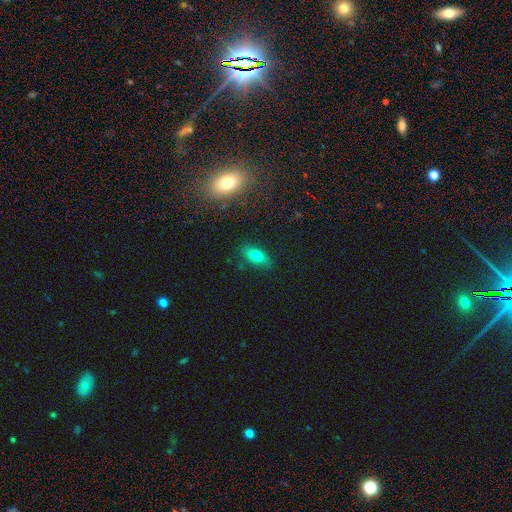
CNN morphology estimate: Smooth or featured?
  - smooth: 76% *
  - star or artifact: 12%
  - featured or disk: 11%
How rounded?
  - in between: 84% *
  - cigar-shaped: 9%
  - round: 7%
Merging?
  - none: 82% *
  - minor disturbance: 13%
  - major disturbance: 3%
  - merger: 2%